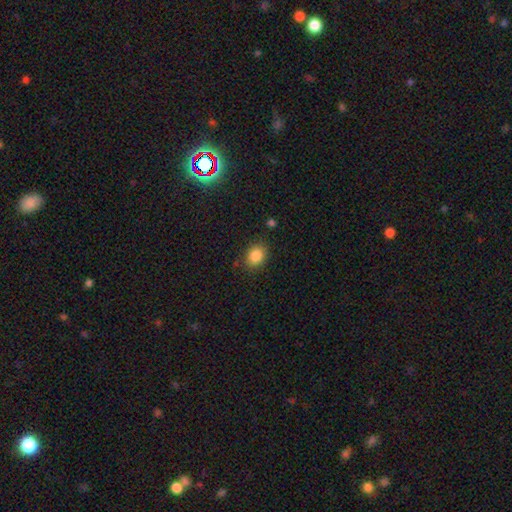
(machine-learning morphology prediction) This is clearly a smooth galaxy (86%). How rounded: possibly in between (56%). Merging: clearly none (83%).